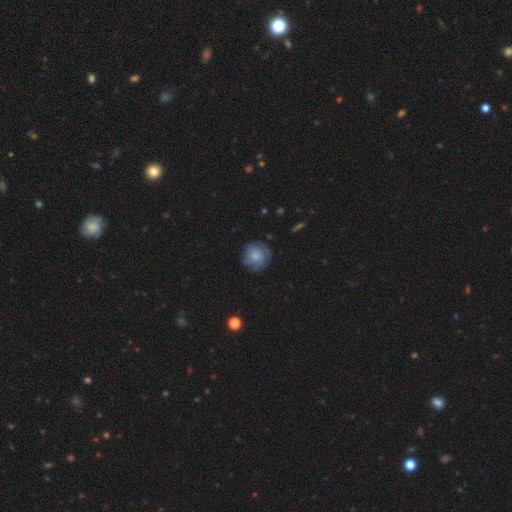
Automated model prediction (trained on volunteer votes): This is possibly a smooth galaxy (53%). How rounded: clearly round (89%). Merging: likely none (73%).